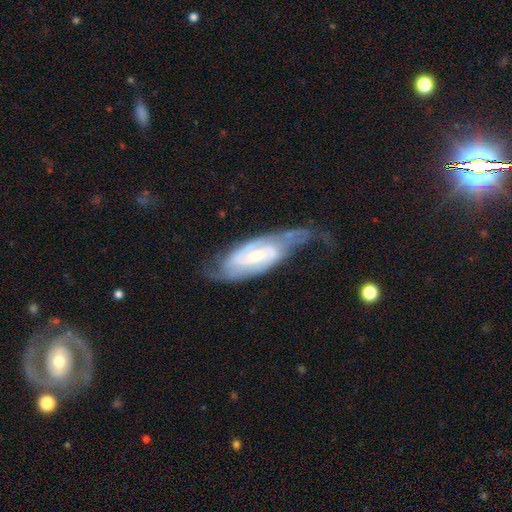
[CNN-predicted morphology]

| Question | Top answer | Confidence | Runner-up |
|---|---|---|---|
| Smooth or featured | featured or disk | 84% | smooth (11%) |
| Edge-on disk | no | 92% | yes (8%) |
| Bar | weak | 49% | no (28%) |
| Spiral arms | yes | 95% | no (5%) |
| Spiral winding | tight | 45% | medium (42%) |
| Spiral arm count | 2 | 71% | can't tell (16%) |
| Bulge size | small | 50% | moderate (40%) |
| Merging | none | 47% | minor disturbance (28%) |